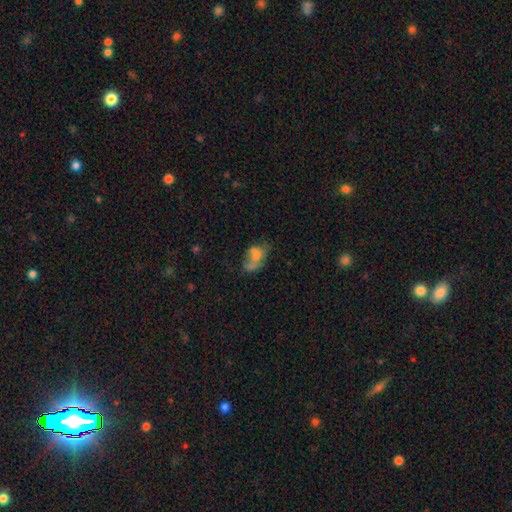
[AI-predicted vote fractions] Q: Smooth or featured?
A: smooth (50%); runner-up: featured or disk (38%)
Q: Merging?
A: none (27%); tied with: major disturbance (27%)